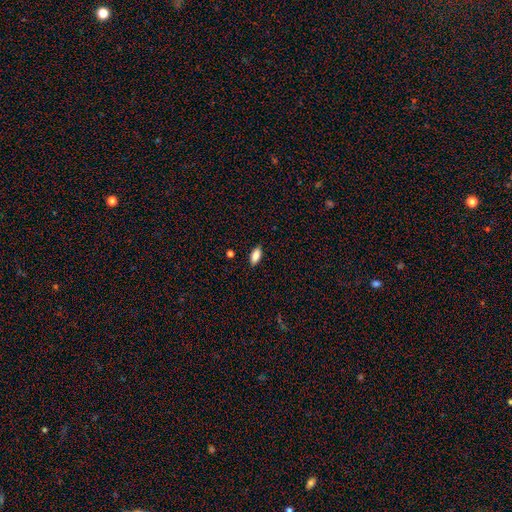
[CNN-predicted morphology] A smooth galaxy with no disk features (84%) that is in between round and cigar-shaped (85%). Merging: none (86%).